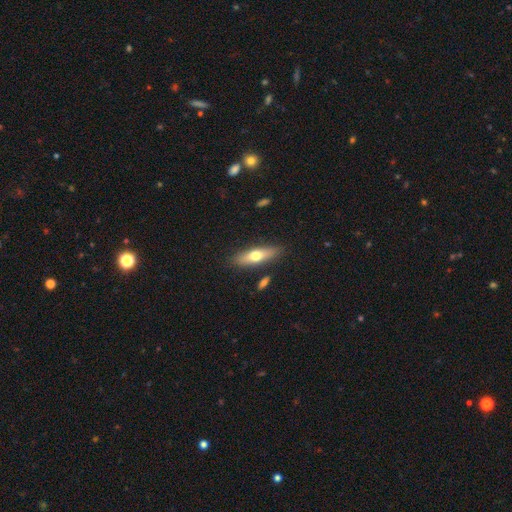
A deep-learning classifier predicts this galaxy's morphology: A smooth galaxy with no disk features (58%) that is cigar-shaped (58%). Merging: none (84%).